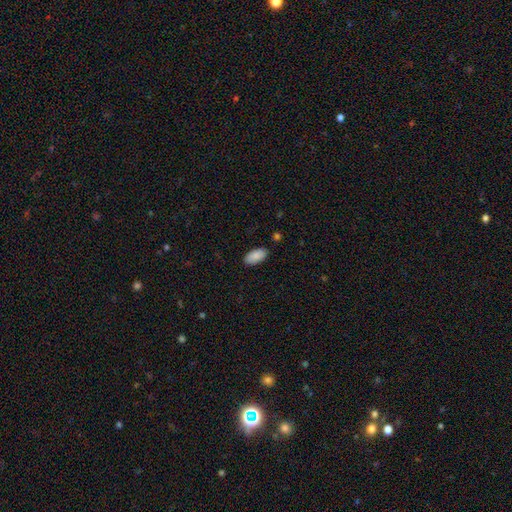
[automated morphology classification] Smooth or featured: smooth — 88% (star or artifact — 6%)
How rounded: in between — 95% (cigar-shaped — 4%)
Merging: none — 87% (minor disturbance — 10%)